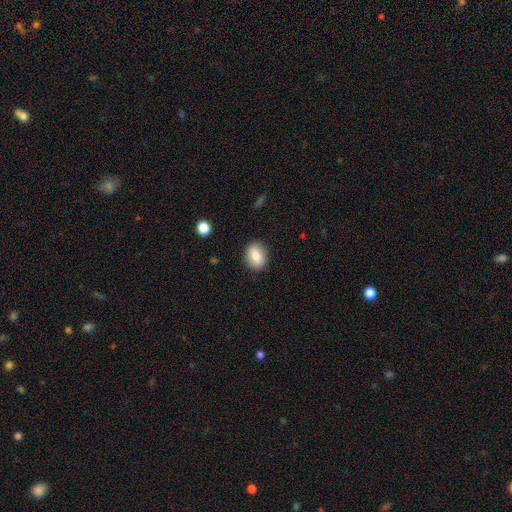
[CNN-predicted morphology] This is clearly a smooth galaxy (83%). How rounded: likely in between (74%). Merging: clearly none (87%).